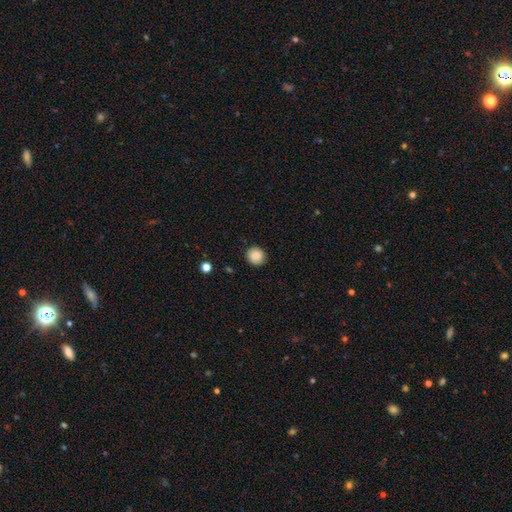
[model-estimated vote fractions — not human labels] Overall: smooth (87%). How rounded: round (91%). Merging: none (89%).